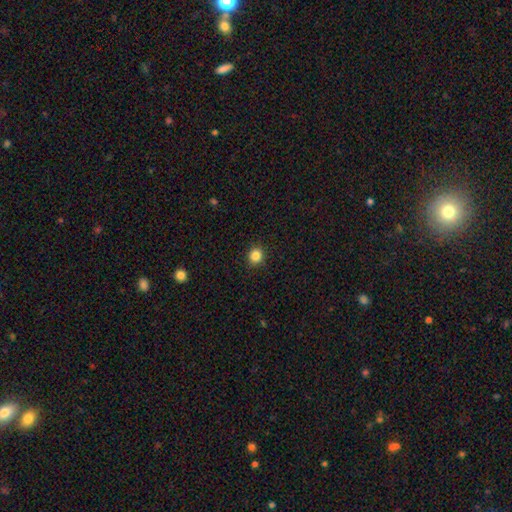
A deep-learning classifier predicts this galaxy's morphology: Q: Smooth or featured?
A: smooth (85%); runner-up: star or artifact (11%)
Q: How rounded?
A: round (87%); runner-up: in between (12%)
Q: Merging?
A: none (91%); runner-up: minor disturbance (6%)